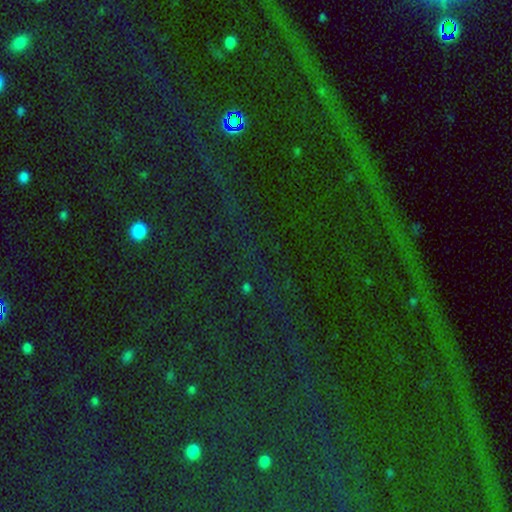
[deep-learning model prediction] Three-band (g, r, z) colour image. It shows a star or artifact, not a galaxy (81%).